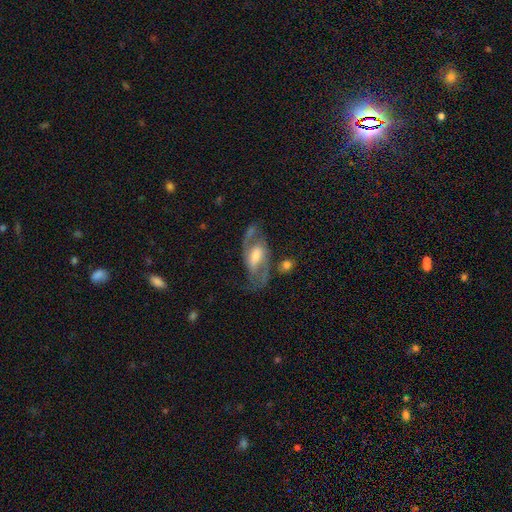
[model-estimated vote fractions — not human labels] Smooth or featured?
  - featured or disk: 85% *
  - smooth: 10%
  - star or artifact: 6%
Edge-on disk?
  - no: 95% *
  - yes: 5%
Bar?
  - weak: 47% *
  - strong: 31%
  - no: 22%
Spiral arms?
  - yes: 94% *
  - no: 6%
Spiral winding?
  - medium: 56% *
  - loose: 26%
  - tight: 19%
Spiral arm count?
  - 2: 90% *
  - can't tell: 4%
  - 1: 2%
  - 3: 2%
  - 4: 1%
  - more than 4: 1%
Bulge size?
  - moderate: 53% *
  - small: 27%
  - large: 14%
  - none: 4%
  - dominant: 2%
Merging?
  - none: 67% *
  - minor disturbance: 17%
  - major disturbance: 11%
  - merger: 5%